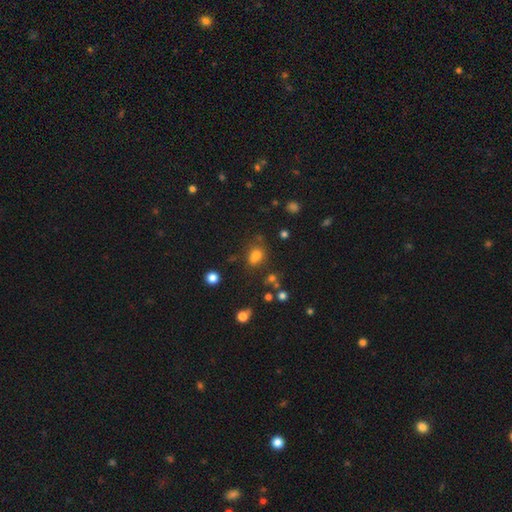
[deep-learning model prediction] Smooth or featured? Predicted: smooth (p=0.76). How rounded? Predicted: in between (p=0.69). Merging? Predicted: none (p=0.65).